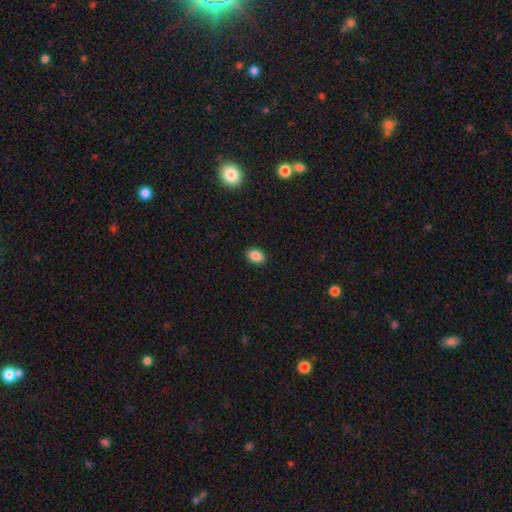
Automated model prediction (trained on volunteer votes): smooth 87%, star or artifact 9%, featured or disk 4%. Down the decision tree: how rounded — in between (83%); merging — none (90%).